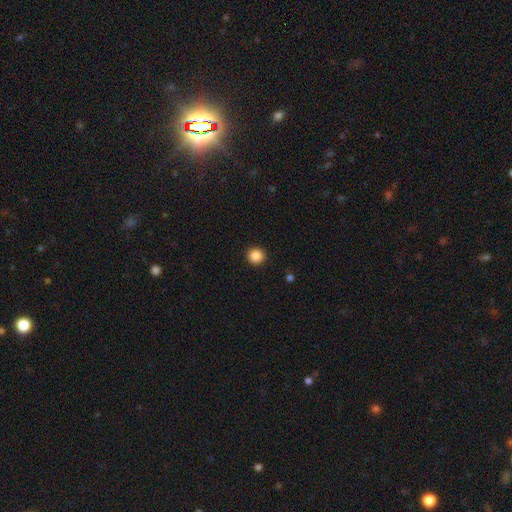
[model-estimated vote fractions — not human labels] Smooth or featured? Predicted: smooth (p=0.87). How rounded? Predicted: round (p=0.94). Merging? Predicted: none (p=0.92).